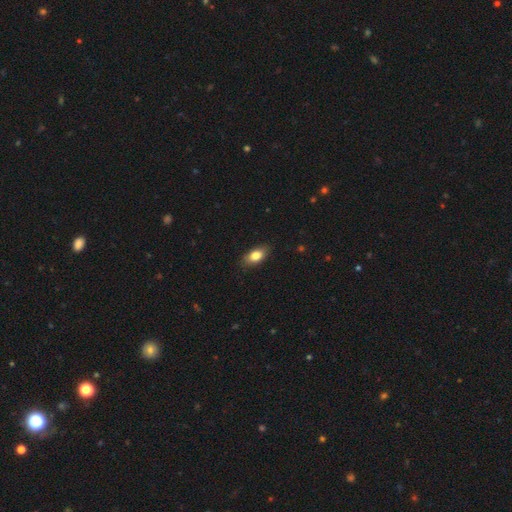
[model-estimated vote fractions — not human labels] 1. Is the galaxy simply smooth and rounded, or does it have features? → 82% smooth, 11% featured or disk, 7% star or artifact.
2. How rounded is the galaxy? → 87% in between, 7% round, 6% cigar-shaped.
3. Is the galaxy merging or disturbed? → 85% none, 12% minor disturbance, 2% major disturbance, 1% merger.